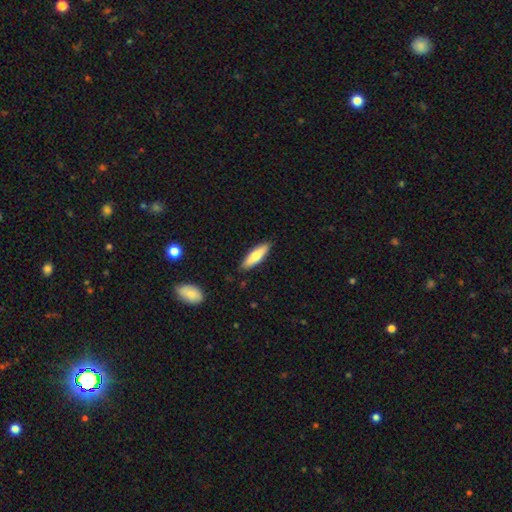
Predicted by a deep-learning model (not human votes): Q: Smooth or featured?
A: smooth (70%); runner-up: featured or disk (24%)
Q: How rounded?
A: cigar-shaped (59%); runner-up: in between (39%)
Q: Merging?
A: none (88%); runner-up: minor disturbance (9%)